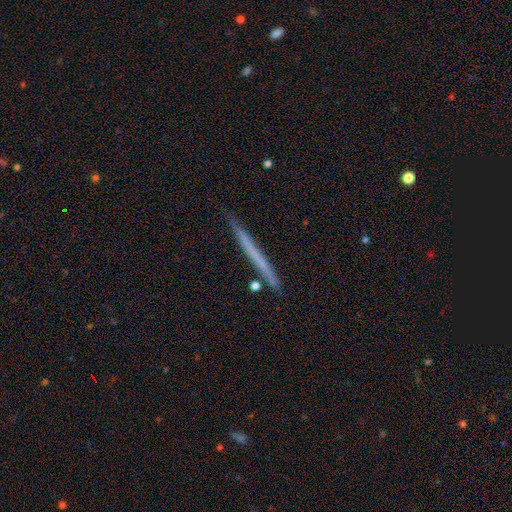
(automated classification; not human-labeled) Morphology: type=smooth (51%); roundness=cigar-shaped (97%); merging=none (87%).